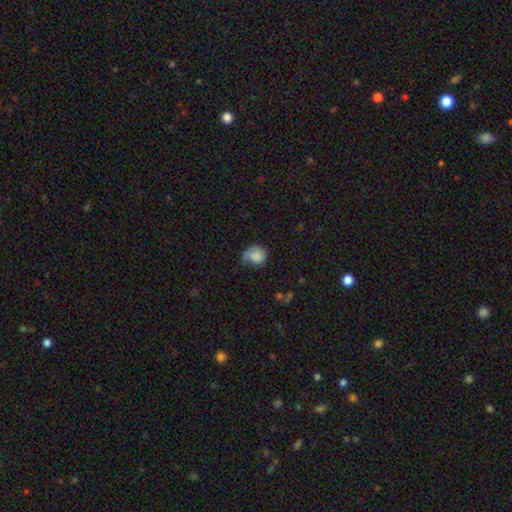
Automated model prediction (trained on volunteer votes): A smooth galaxy with no disk features (78%) that is round (72%). Merging: none (37%).